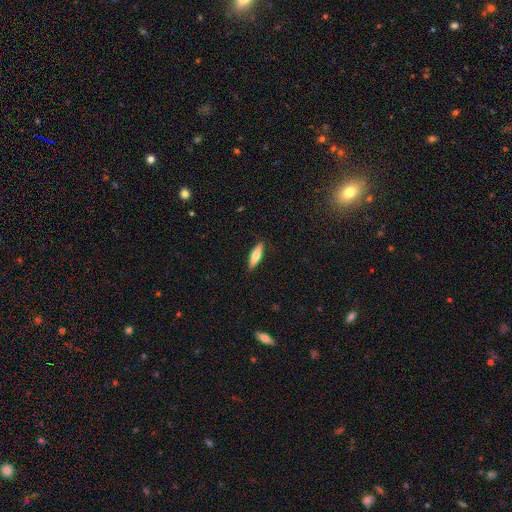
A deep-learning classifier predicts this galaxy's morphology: Smooth or featured? smooth (68%)
How rounded? cigar-shaped (67%)
Merging? none (88%)